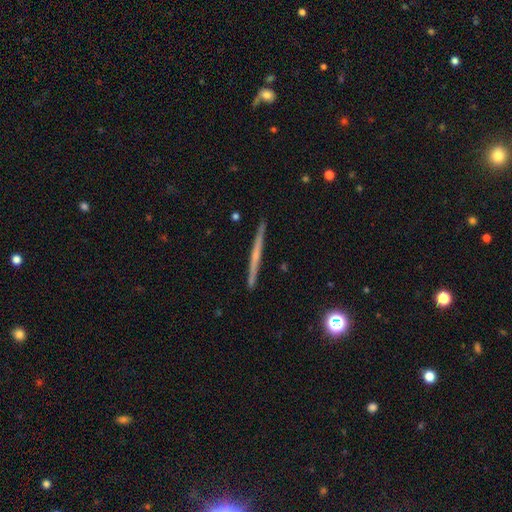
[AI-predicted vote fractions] Overall: featured or disk (61%; smooth 32%). Edge-on disk: yes (98%). Edge-on bulge: none (76%). Merging: none (92%).